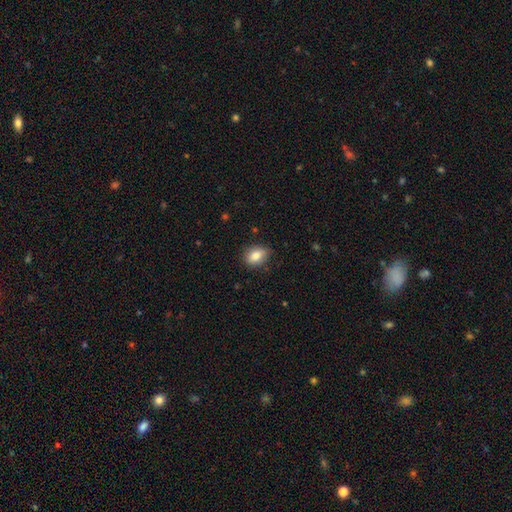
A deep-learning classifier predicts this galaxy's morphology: Smooth or featured?
  - smooth: 84% *
  - featured or disk: 8%
  - star or artifact: 8%
How rounded?
  - in between: 70% *
  - round: 29%
  - cigar-shaped: 1%
Merging?
  - none: 82% *
  - minor disturbance: 14%
  - major disturbance: 3%
  - merger: 1%